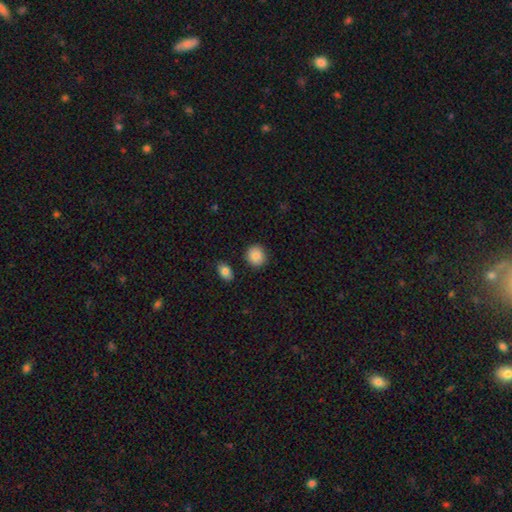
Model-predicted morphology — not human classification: Smooth or featured?
  - smooth: 88% *
  - star or artifact: 7%
  - featured or disk: 4%
How rounded?
  - round: 83% *
  - in between: 16%
  - cigar-shaped: 1%
Merging?
  - none: 89% *
  - minor disturbance: 7%
  - merger: 2%
  - major disturbance: 2%